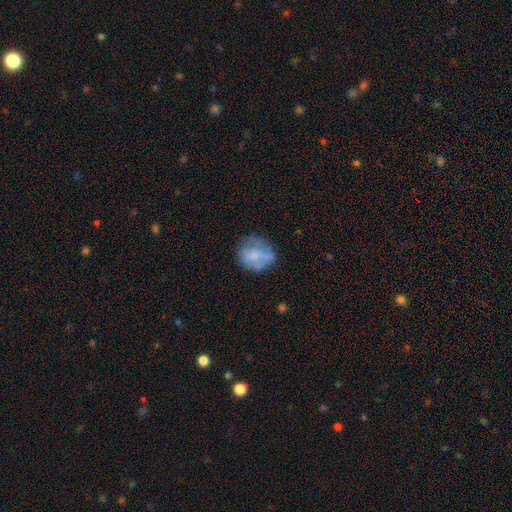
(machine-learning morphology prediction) smooth 56%, featured or disk 35%, star or artifact 9%. Down the decision tree: how rounded — round (78%); merging — none (56%).